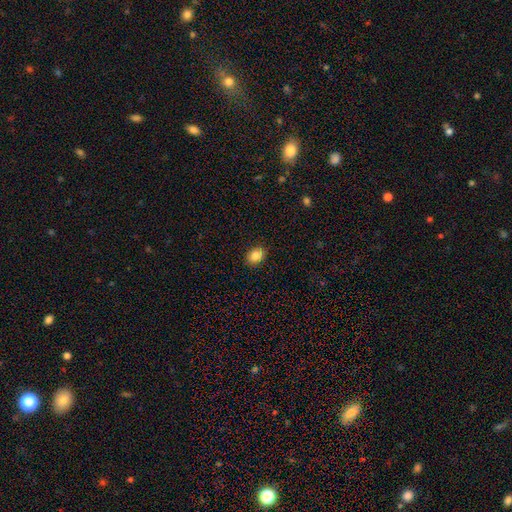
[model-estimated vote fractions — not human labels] Smooth or featured: smooth — 85% (star or artifact — 9%)
How rounded: in between — 62% (round — 37%)
Merging: none — 90% (minor disturbance — 8%)